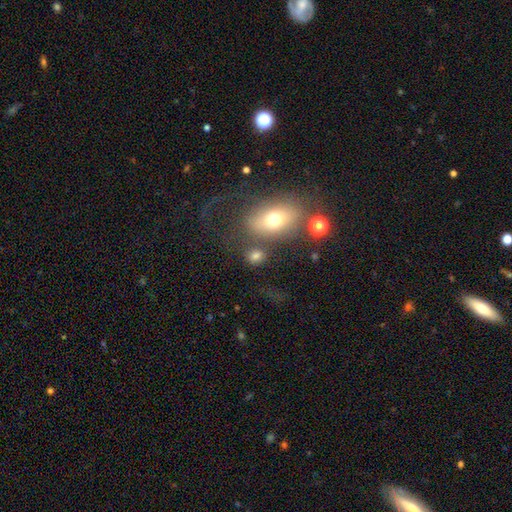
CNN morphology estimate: The model was most divided on "how rounded": round: 51%, in between: 47%, cigar-shaped: 2%. More confident: smooth or featured — smooth (72%); merging — none (60%).